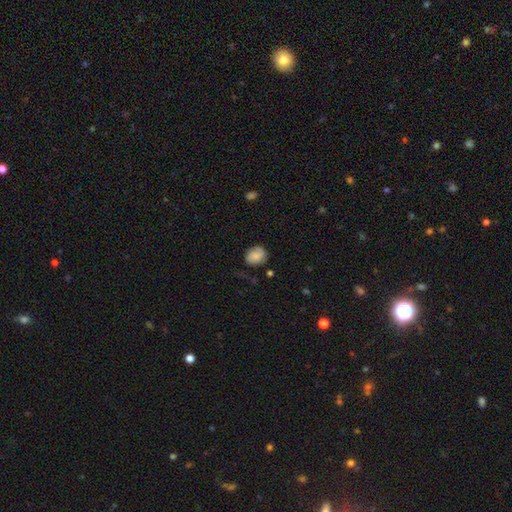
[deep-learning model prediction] A smooth galaxy with no disk features (79%) that is round (54%). Merging: none (71%).